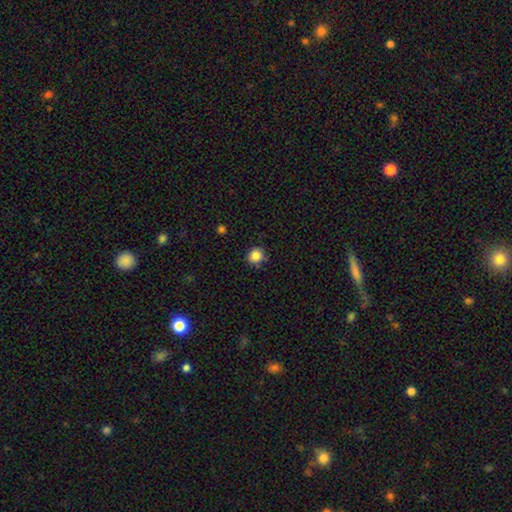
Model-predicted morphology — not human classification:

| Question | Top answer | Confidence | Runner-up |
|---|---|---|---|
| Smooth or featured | smooth | 85% | star or artifact (11%) |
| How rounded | round | 91% | in between (8%) |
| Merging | none | 83% | minor disturbance (12%) |